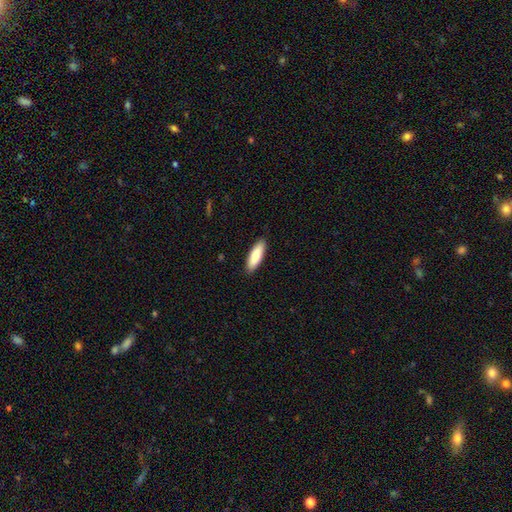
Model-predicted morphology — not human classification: The model was most divided on "how rounded": in between: 53%, cigar-shaped: 46%, round: 2%. More confident: merging — none (90%); smooth or featured — smooth (83%).